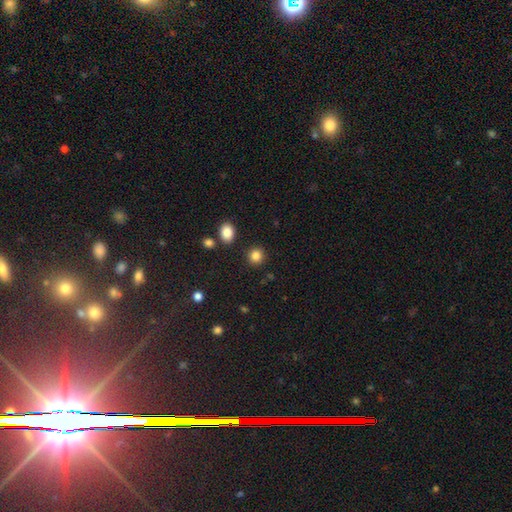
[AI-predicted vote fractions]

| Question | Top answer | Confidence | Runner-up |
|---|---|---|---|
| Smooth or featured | smooth | 85% | star or artifact (11%) |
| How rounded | round | 88% | in between (11%) |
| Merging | none | 89% | minor disturbance (6%) |